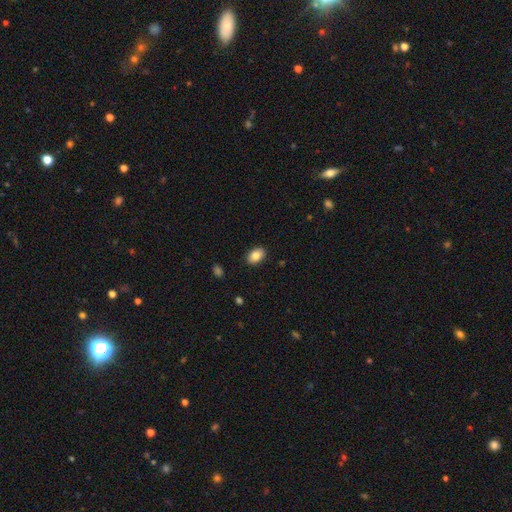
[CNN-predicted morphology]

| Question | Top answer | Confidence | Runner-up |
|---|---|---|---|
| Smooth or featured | smooth | 83% | featured or disk (9%) |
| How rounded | in between | 88% | round (11%) |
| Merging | none | 89% | minor disturbance (8%) |